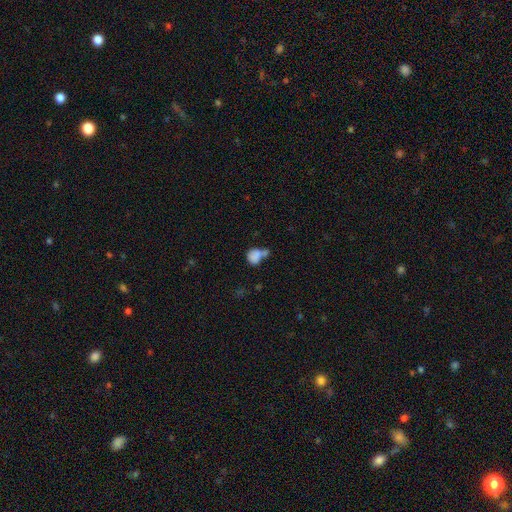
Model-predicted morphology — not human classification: Smooth or featured? smooth (79%)
How rounded? round (55%)
Merging? merger (45%)